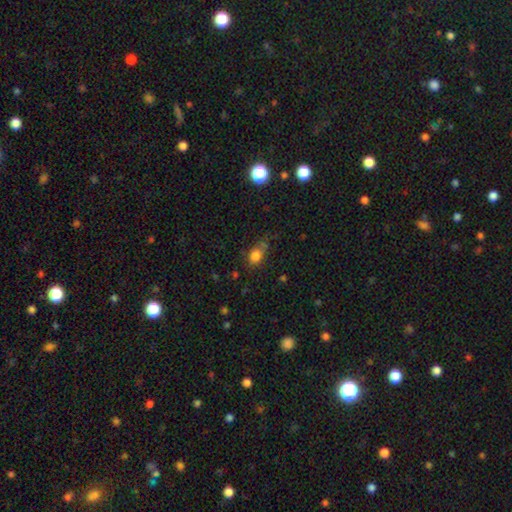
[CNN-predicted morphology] Smooth or featured?
  - smooth: 77% *
  - star or artifact: 13%
  - featured or disk: 10%
How rounded?
  - in between: 71% *
  - round: 26%
  - cigar-shaped: 3%
Merging?
  - none: 52% *
  - minor disturbance: 28%
  - major disturbance: 12%
  - merger: 8%